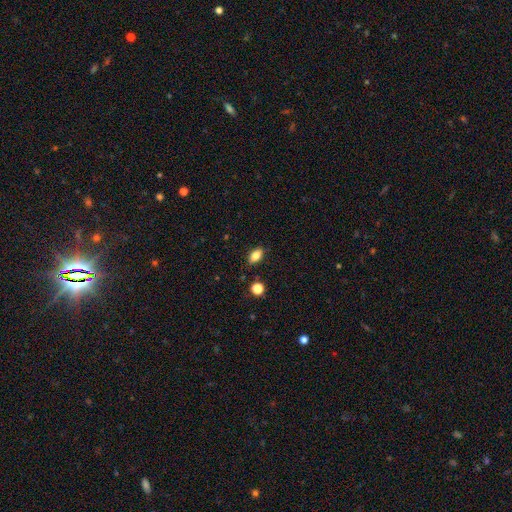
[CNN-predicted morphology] type=smooth (81%); roundness=in between (86%); merging=none (84%).